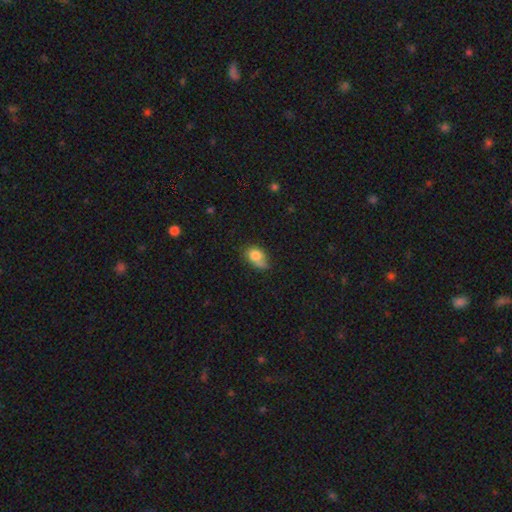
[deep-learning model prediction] Smooth or featured? Predicted: smooth (p=0.79). How rounded? Predicted: in between (p=0.77). Merging? Predicted: none (p=0.44).